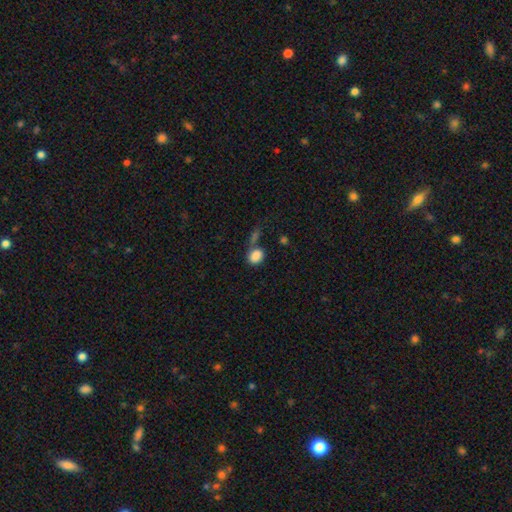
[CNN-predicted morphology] Overall: smooth (86%). How rounded: in between (69%; round 30%). Merging: none (49%; merger 25%).